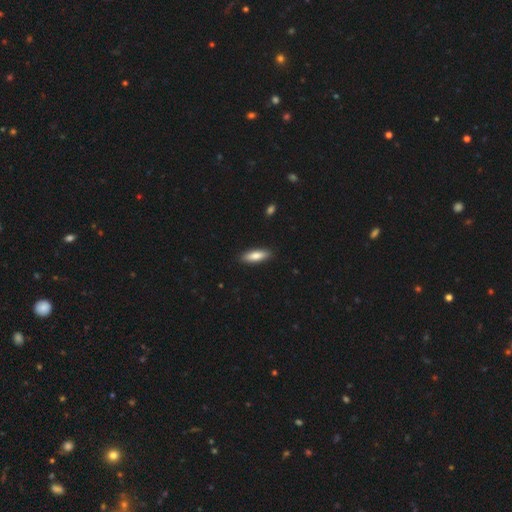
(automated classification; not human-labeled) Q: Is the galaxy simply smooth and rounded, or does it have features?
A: smooth — 82%.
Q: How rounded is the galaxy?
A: in between — 55%.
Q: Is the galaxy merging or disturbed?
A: none — 90%.